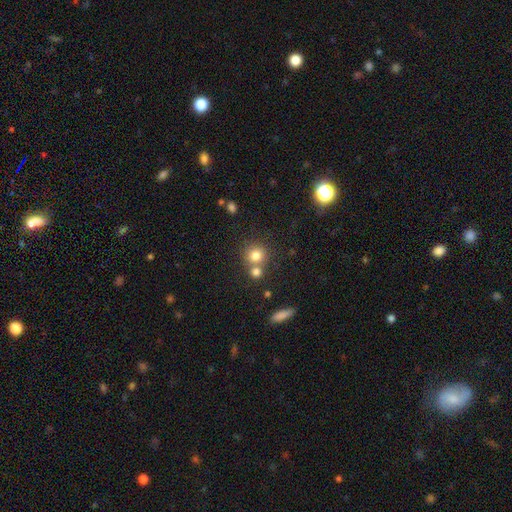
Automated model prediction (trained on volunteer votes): Smooth or featured? Predicted: smooth (p=0.78). How rounded? Predicted: round (p=0.89). Merging? Predicted: none (p=0.58).